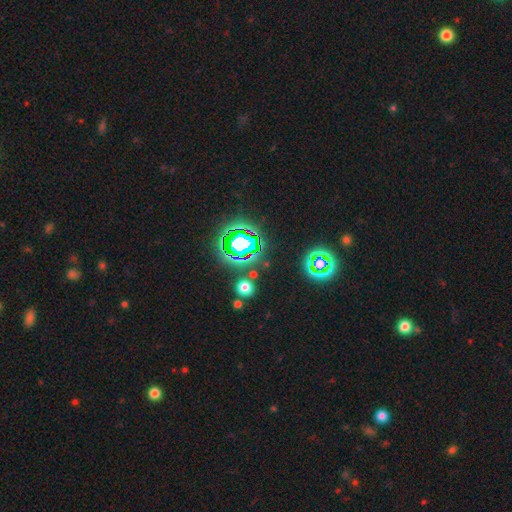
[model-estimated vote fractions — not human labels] Q: Smooth or featured?
A: star or artifact (80%); runner-up: smooth (13%)